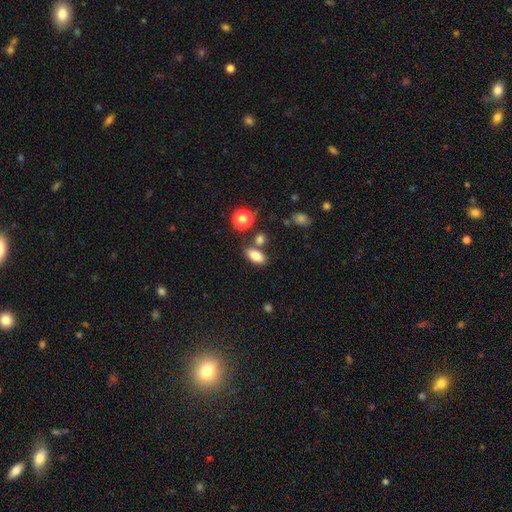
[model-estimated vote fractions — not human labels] The model was most divided on "merging": none: 69%, merger: 15%, minor disturbance: 13%, major disturbance: 4%. More confident: how rounded — in between (87%); smooth or featured — smooth (82%).